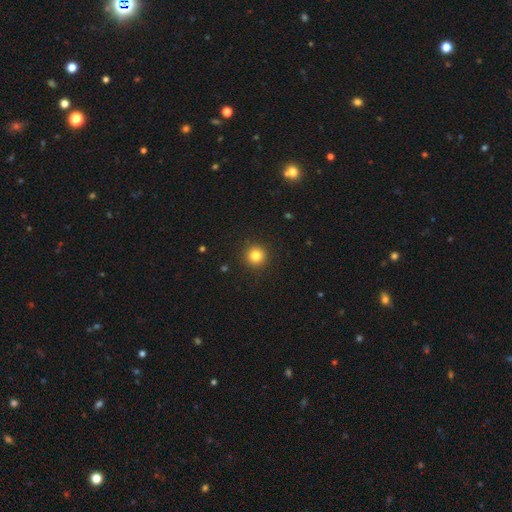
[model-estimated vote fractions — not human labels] The model was most divided on "smooth or featured": smooth: 82%, star or artifact: 12%, featured or disk: 6%. More confident: how rounded — round (95%); merging — none (92%).